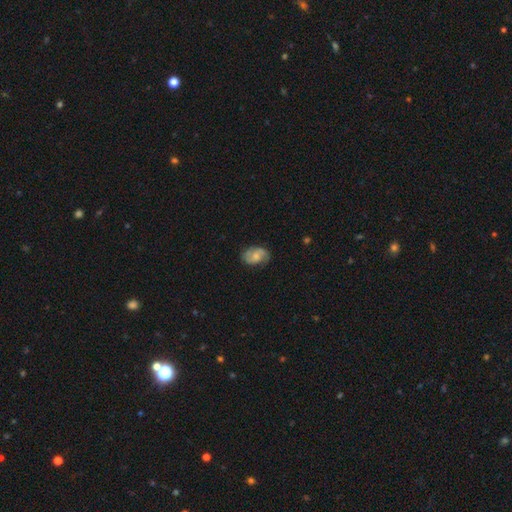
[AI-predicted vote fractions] Overall: featured or disk (67%). Edge-on disk: no (97%). Bar: no (56%; weak 38%). Spiral arms: yes (92%). Spiral arm count: 2 (84%). Spiral winding: medium (48%; loose 26%). Bulge size: moderate (43%; small 39%). Merging: none (74%).